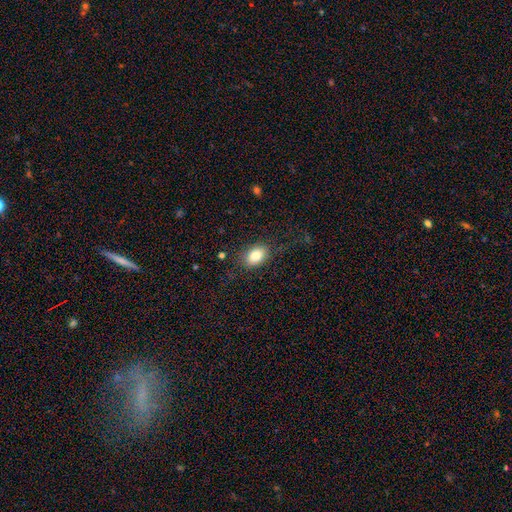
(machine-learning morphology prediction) smooth 82%, featured or disk 9%, star or artifact 8%. Down the decision tree: how rounded — in between (84%); merging — none (82%).